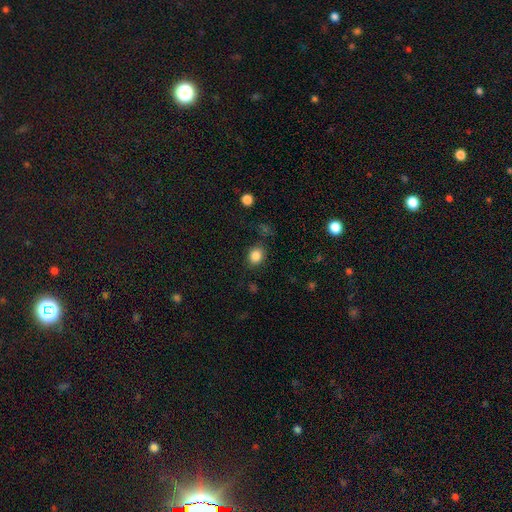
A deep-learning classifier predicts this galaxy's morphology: Smooth or featured? Predicted: smooth (p=0.84). How rounded? Predicted: round (p=0.66). Merging? Predicted: none (p=0.83).